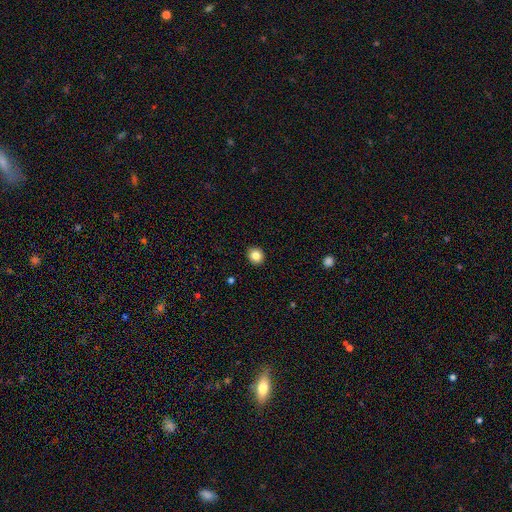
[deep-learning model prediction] Overall: smooth (84%). How rounded: round (83%). Merging: none (92%).